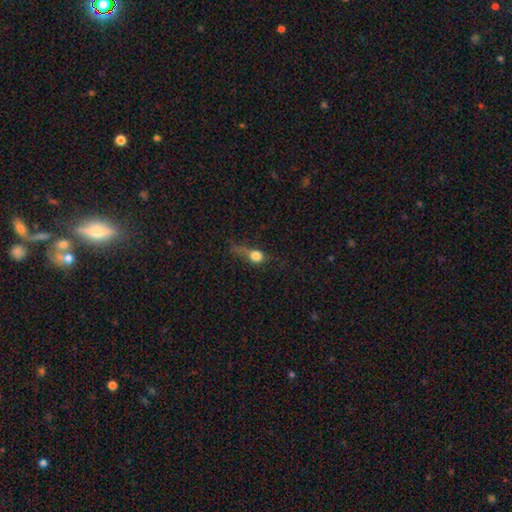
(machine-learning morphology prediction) Smooth or featured?
  - smooth: 69% *
  - featured or disk: 16%
  - star or artifact: 16%
How rounded?
  - round: 61% *
  - in between: 30%
  - cigar-shaped: 8%
Merging?
  - major disturbance: 36% *
  - none: 32%
  - minor disturbance: 24%
  - merger: 8%